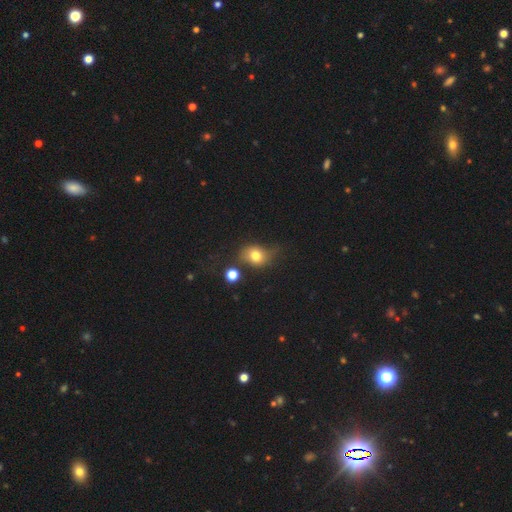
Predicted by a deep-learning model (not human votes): Q: Smooth or featured?
A: smooth (72%); runner-up: featured or disk (15%)
Q: How rounded?
A: round (51%); runner-up: in between (47%)
Q: Merging?
A: none (52%); runner-up: minor disturbance (28%)